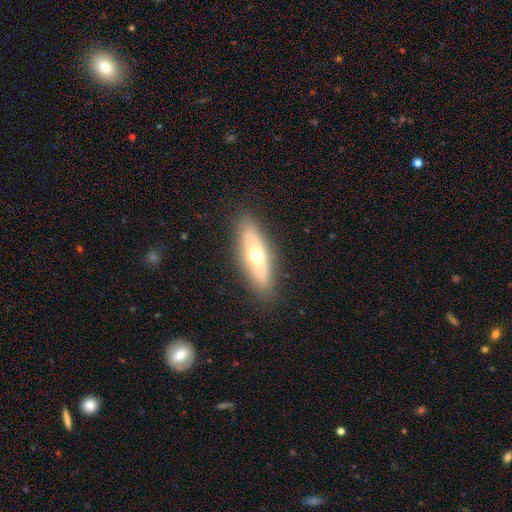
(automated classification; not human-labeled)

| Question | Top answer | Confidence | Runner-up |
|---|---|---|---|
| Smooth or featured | smooth | 52% | featured or disk (41%) |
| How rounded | in between | 52% | cigar-shaped (46%) |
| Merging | none | 87% | minor disturbance (10%) |